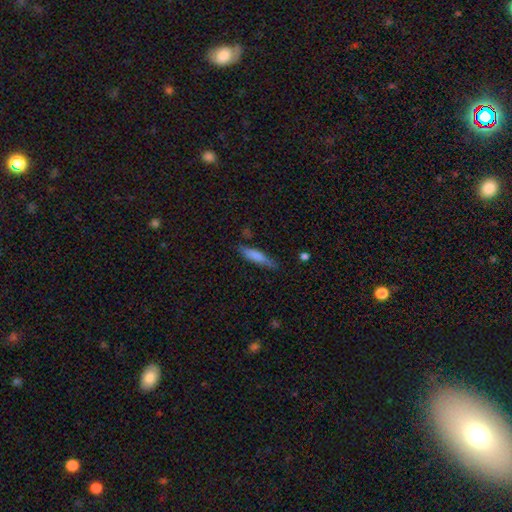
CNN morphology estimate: Smooth or featured?
  - smooth: 77% *
  - featured or disk: 16%
  - star or artifact: 7%
How rounded?
  - cigar-shaped: 73% *
  - in between: 25%
  - round: 2%
Merging?
  - none: 72% *
  - minor disturbance: 21%
  - major disturbance: 5%
  - merger: 3%